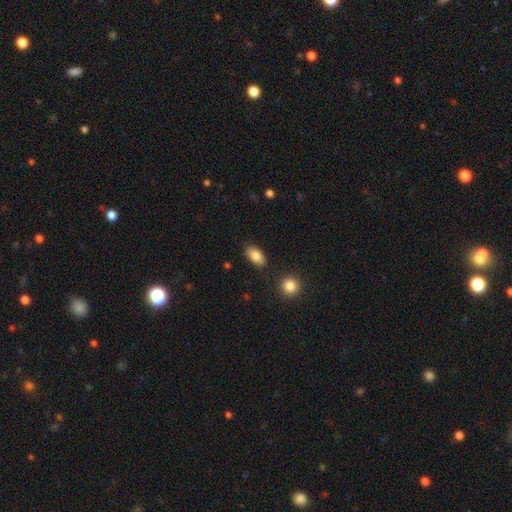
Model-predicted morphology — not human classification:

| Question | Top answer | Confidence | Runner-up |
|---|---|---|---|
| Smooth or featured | smooth | 84% | featured or disk (9%) |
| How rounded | in between | 91% | round (6%) |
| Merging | none | 85% | minor disturbance (10%) |